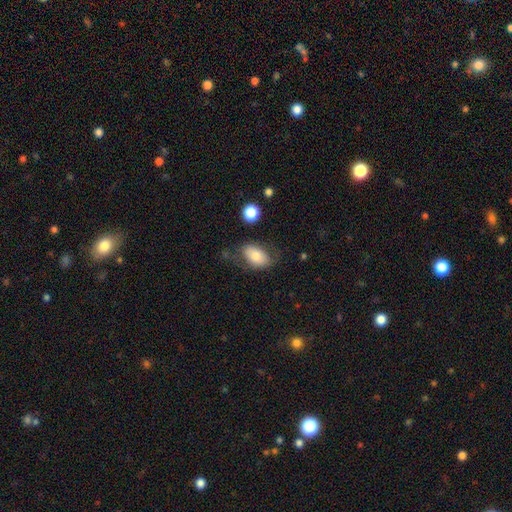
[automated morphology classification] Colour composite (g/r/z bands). It shows a smooth galaxy with no disk features (73%) that is in between round and cigar-shaped (89%). Merging: none (57%).